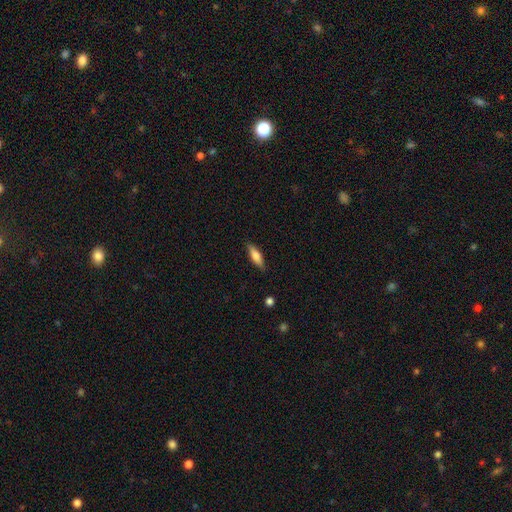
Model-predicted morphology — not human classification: The model was most divided on "how rounded": cigar-shaped: 54%, in between: 44%, round: 2%. More confident: merging — none (85%); smooth or featured — smooth (70%).